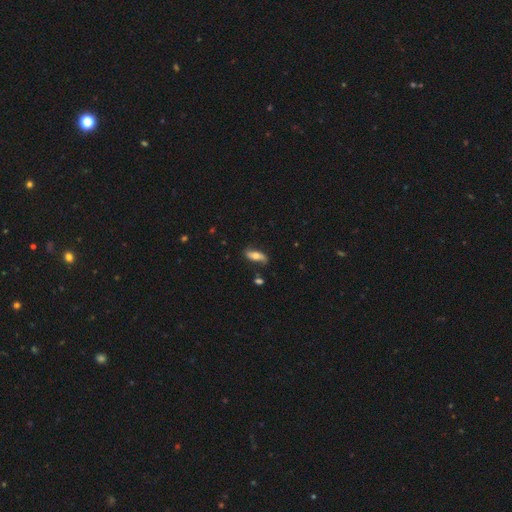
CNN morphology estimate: smooth_or_featured: smooth (p=0.52) [alt: featured or disk p=0.41]
how_rounded: in between (p=0.70) [alt: cigar-shaped p=0.27]
merging: none (p=0.74) [alt: minor disturbance p=0.19]